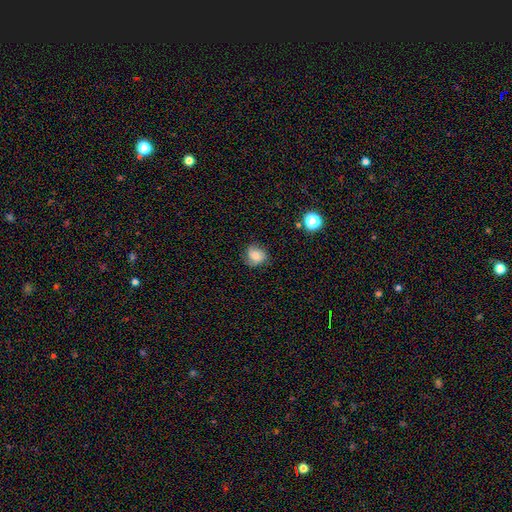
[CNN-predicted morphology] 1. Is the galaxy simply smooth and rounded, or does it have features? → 63% smooth, 26% featured or disk, 11% star or artifact.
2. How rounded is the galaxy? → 74% round, 25% in between, 1% cigar-shaped.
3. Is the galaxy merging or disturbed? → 72% none, 21% minor disturbance, 6% major disturbance, 1% merger.